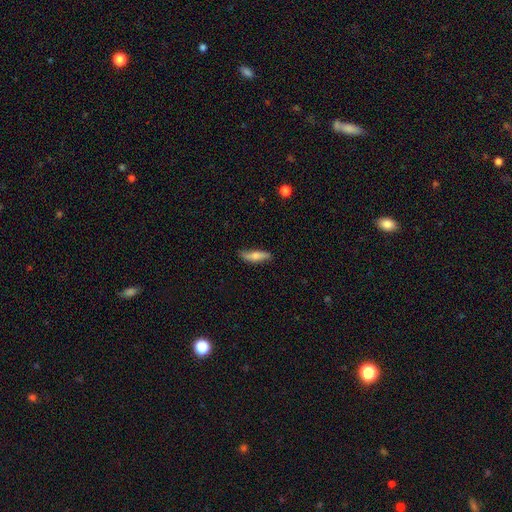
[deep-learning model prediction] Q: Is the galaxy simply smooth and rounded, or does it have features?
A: smooth — 67%.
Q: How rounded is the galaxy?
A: cigar-shaped — 63%.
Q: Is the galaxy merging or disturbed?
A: none — 72%.